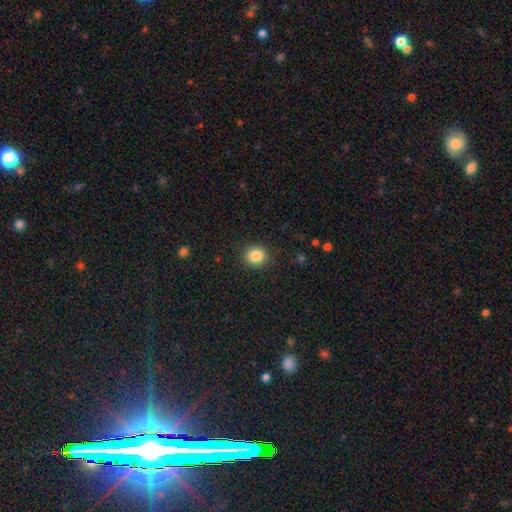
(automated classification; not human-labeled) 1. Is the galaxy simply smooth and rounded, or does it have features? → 85% smooth, 10% star or artifact, 5% featured or disk.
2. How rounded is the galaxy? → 83% round, 16% in between, 1% cigar-shaped.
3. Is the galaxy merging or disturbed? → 89% none, 7% minor disturbance, 2% major disturbance, 1% merger.